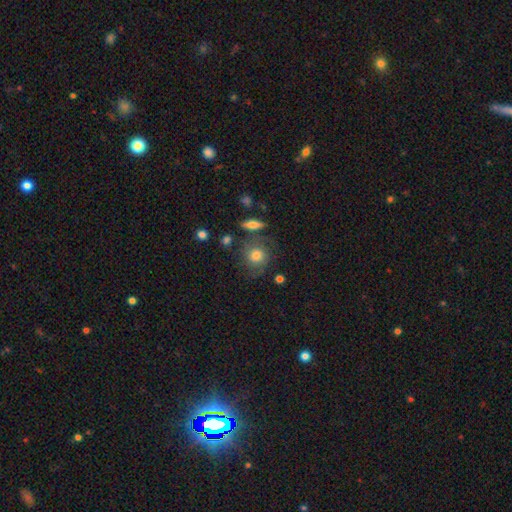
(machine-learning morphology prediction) Smooth or featured? Predicted: smooth (p=0.58). How rounded? Predicted: round (p=0.83). Merging? Predicted: none (p=0.64).